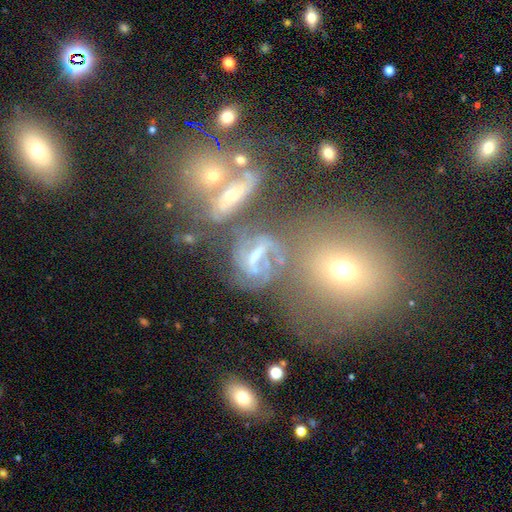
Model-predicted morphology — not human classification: Smooth or featured?
  - featured or disk: 56% *
  - smooth: 24%
  - star or artifact: 20%
Edge-on disk?
  - no: 91% *
  - yes: 9%
Bar?
  - strong: 38% *
  - weak: 35%
  - no: 28%
Spiral arms?
  - yes: 67% *
  - no: 33%
Bulge size?
  - moderate: 37% *
  - small: 32%
  - none: 20%
  - large: 7%
  - dominant: 3%
Merging?
  - none: 36% *
  - merger: 32%
  - major disturbance: 17%
  - minor disturbance: 15%